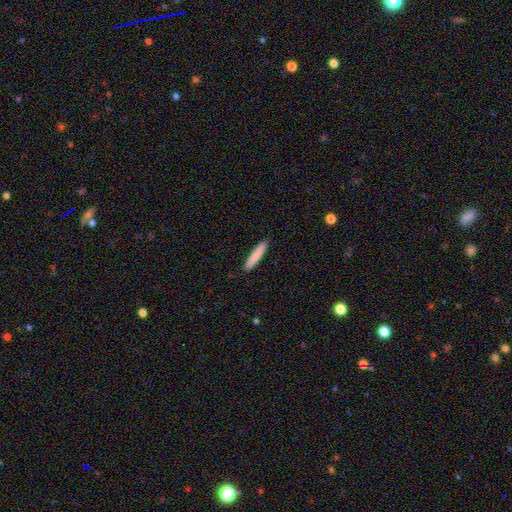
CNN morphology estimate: Smooth or featured? smooth (83%)
How rounded? cigar-shaped (92%)
Merging? none (90%)